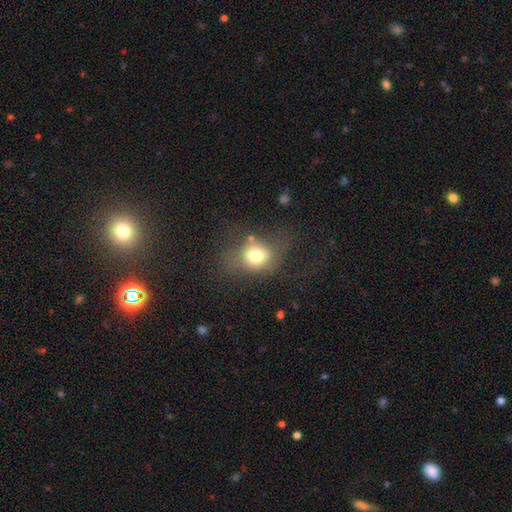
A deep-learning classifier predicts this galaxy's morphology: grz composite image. It shows a smooth galaxy with no disk features (73%) that is round (64%). Merging: none (53%).